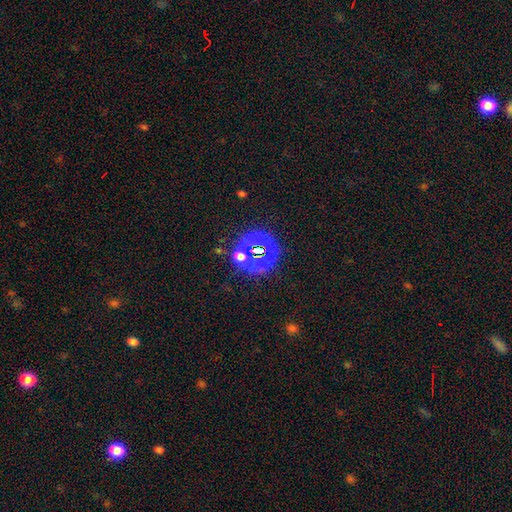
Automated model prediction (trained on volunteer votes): Overall: star or artifact (74%).